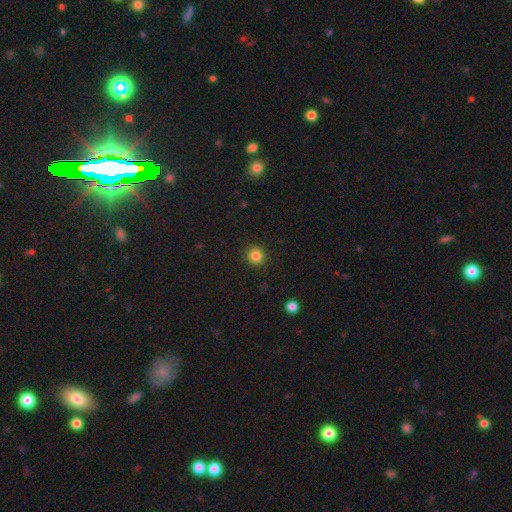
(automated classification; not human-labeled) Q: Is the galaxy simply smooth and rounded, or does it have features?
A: smooth — 83%.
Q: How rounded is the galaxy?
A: round — 95%.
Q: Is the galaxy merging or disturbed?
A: none — 92%.